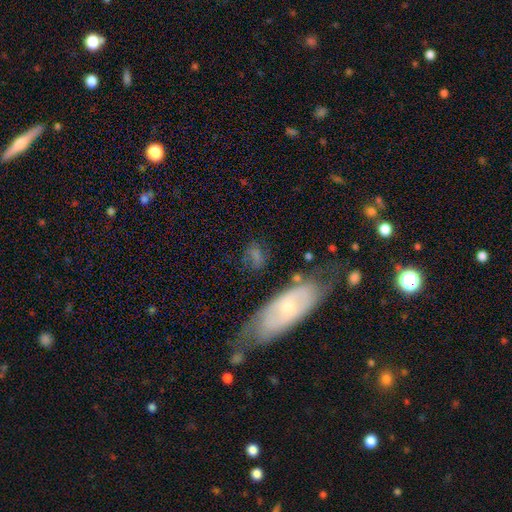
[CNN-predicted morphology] smooth-or-featured: smooth: 62% | featured or disk: 26% | star or artifact: 12%
  how-rounded: in between: 69% | round: 20% | cigar-shaped: 11%
  merging: none: 59% | minor disturbance: 21% | major disturbance: 12% | merger: 8%